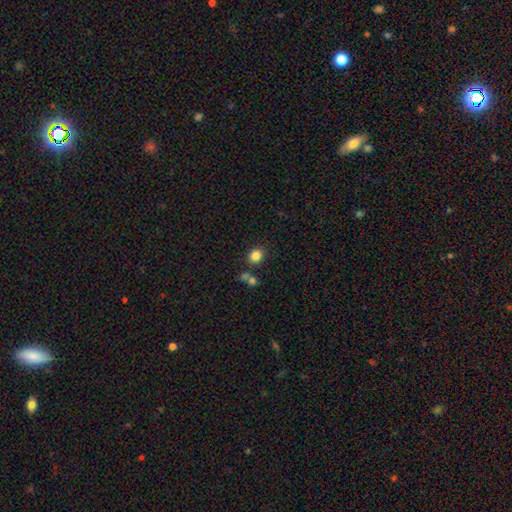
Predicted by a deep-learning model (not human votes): Smooth or featured?
  - smooth: 84% *
  - star or artifact: 11%
  - featured or disk: 5%
How rounded?
  - round: 67% *
  - in between: 32%
  - cigar-shaped: 1%
Merging?
  - none: 77% *
  - merger: 10%
  - minor disturbance: 9%
  - major disturbance: 3%